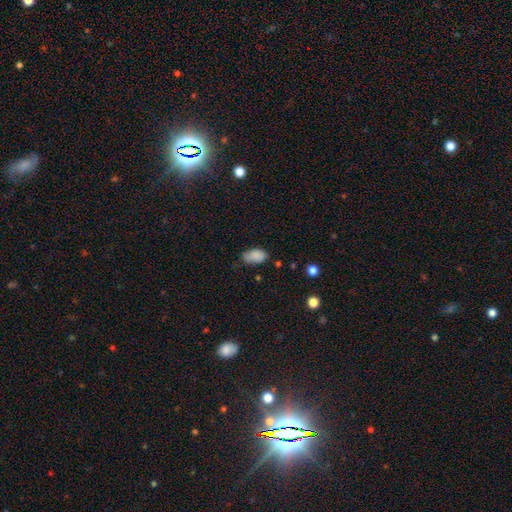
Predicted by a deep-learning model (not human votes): Smooth or featured? smooth (85%)
How rounded? in between (92%)
Merging? none (60%)